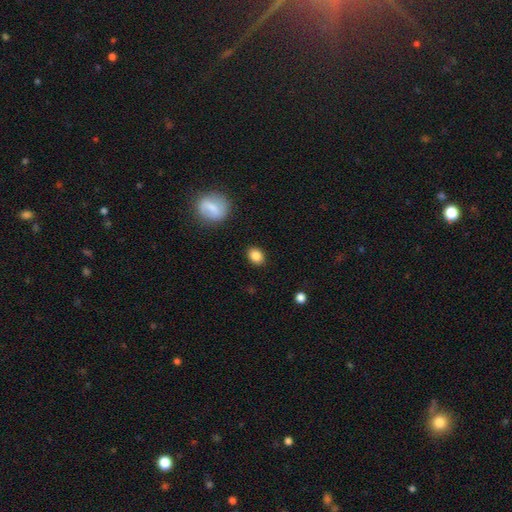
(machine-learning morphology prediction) Smooth or featured? Predicted: smooth (p=0.86). How rounded? Predicted: in between (p=0.62). Merging? Predicted: none (p=0.87).